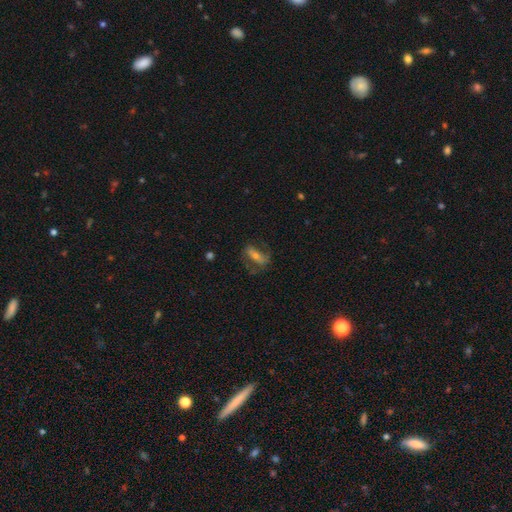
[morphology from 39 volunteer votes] type=featured or disk (77%); edge-on=no (93%); bar=strong (50%); spiral arms=no (54%); bulge=small (71%); merging=none (84%).